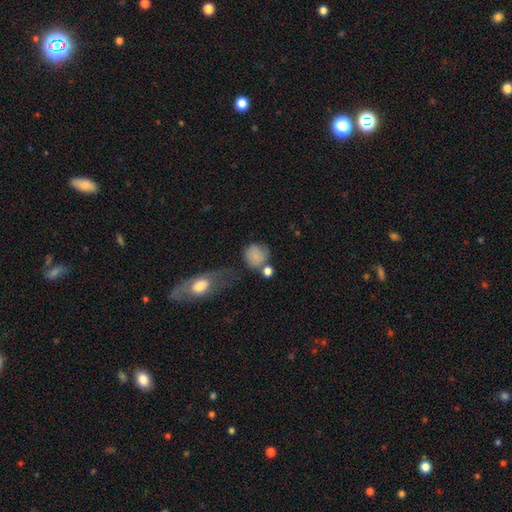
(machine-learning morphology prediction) smooth-or-featured: smooth: 80% | featured or disk: 11% | star or artifact: 10%
  how-rounded: round: 80% | in between: 18% | cigar-shaped: 1%
  merging: none: 53% | minor disturbance: 19% | merger: 17% | major disturbance: 11%